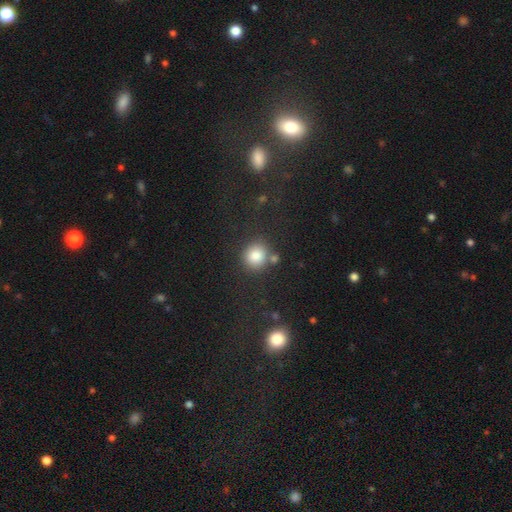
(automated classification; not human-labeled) smooth_or_featured: smooth (p=0.83) [alt: star or artifact p=0.11]
how_rounded: round (p=0.80) [alt: in between p=0.19]
merging: none (p=0.70) [alt: merger p=0.13]